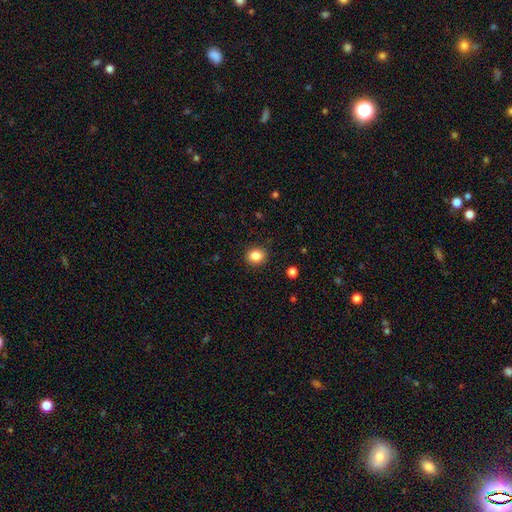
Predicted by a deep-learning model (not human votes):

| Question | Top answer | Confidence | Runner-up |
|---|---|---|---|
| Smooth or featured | smooth | 85% | star or artifact (10%) |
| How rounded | round | 77% | in between (22%) |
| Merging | none | 89% | minor disturbance (7%) |